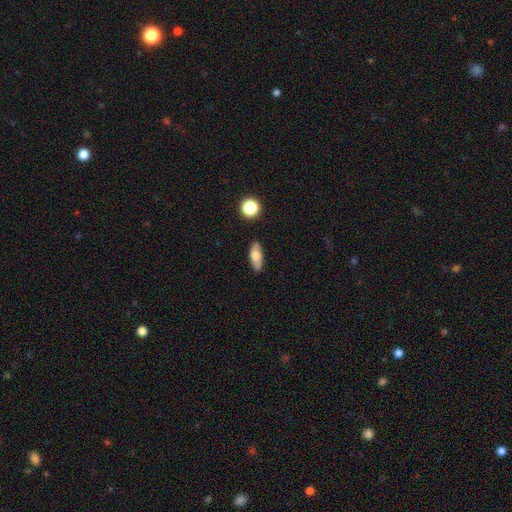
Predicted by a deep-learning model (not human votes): Smooth or featured? smooth (69%)
How rounded? in between (77%)
Merging? none (83%)